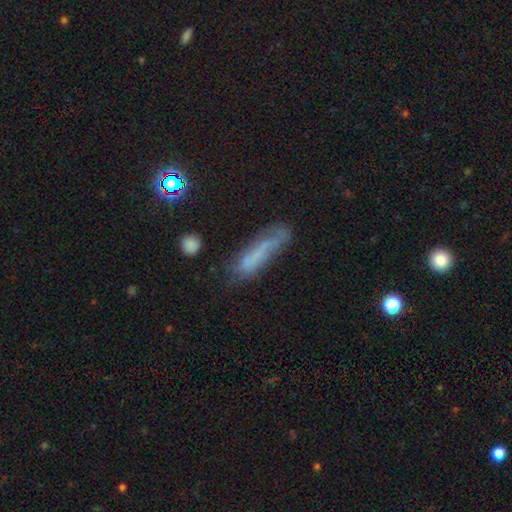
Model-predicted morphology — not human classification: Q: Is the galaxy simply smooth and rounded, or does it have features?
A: smooth — 53%.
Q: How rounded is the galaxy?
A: cigar-shaped — 76%.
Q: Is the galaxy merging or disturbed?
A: none — 47%.